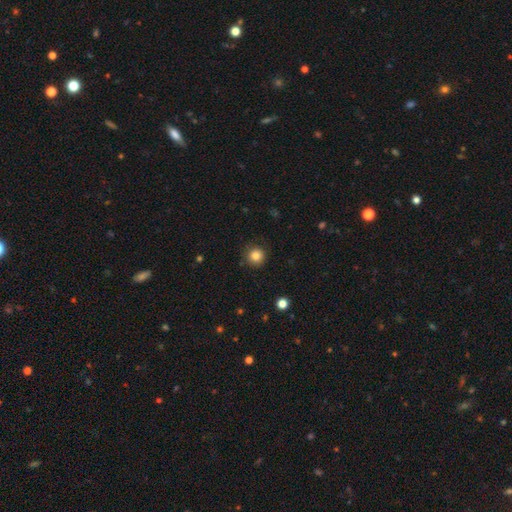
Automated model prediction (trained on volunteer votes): smooth-or-featured: smooth: 84% | star or artifact: 11% | featured or disk: 5%
  how-rounded: round: 95% | in between: 5% | cigar-shaped: 1%
  merging: none: 89% | minor disturbance: 8% | major disturbance: 2% | merger: 1%